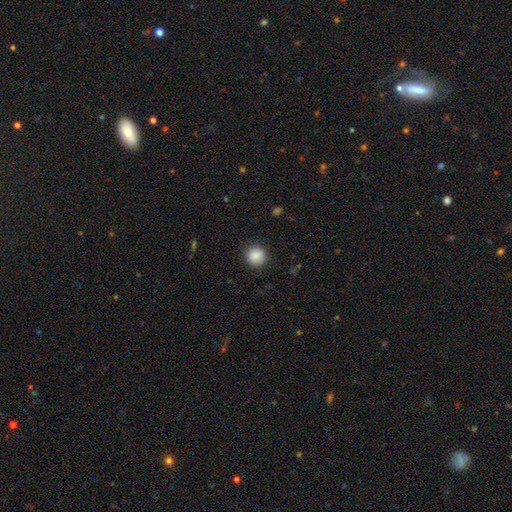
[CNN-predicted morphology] Smooth or featured? smooth (88%)
How rounded? round (93%)
Merging? none (90%)